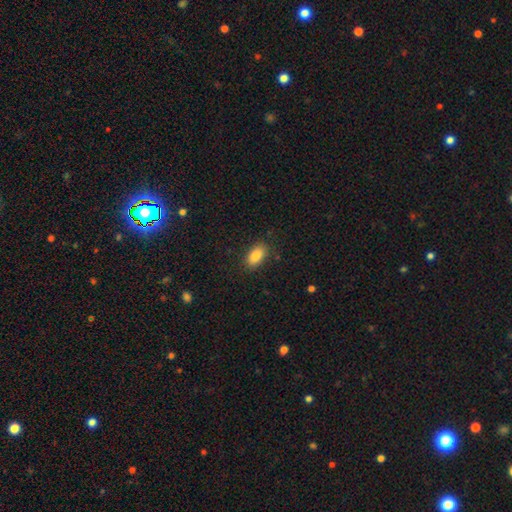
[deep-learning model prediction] This is clearly a smooth galaxy (86%). How rounded: clearly in between (91%). Merging: clearly none (85%).